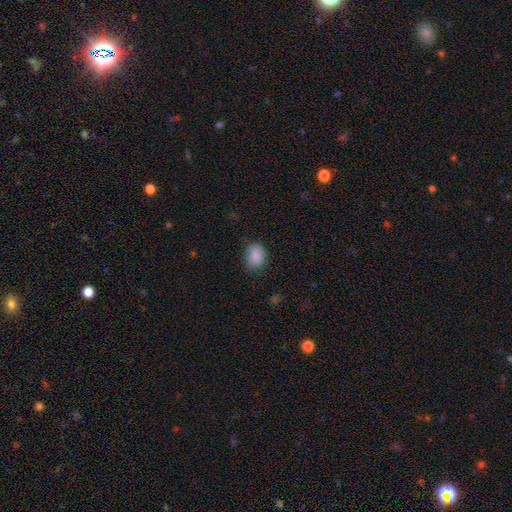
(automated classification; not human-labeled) Smooth or featured? smooth (88%)
How rounded? in between (69%)
Merging? none (83%)